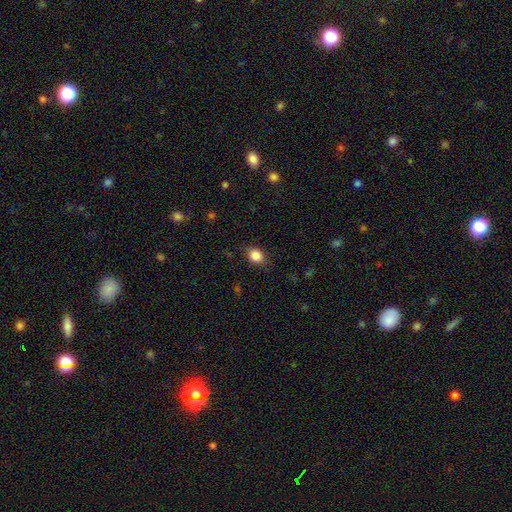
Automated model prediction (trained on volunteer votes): Q: Smooth or featured?
A: smooth (86%); runner-up: star or artifact (9%)
Q: How rounded?
A: round (52%); runner-up: in between (47%)
Q: Merging?
A: none (81%); runner-up: minor disturbance (15%)